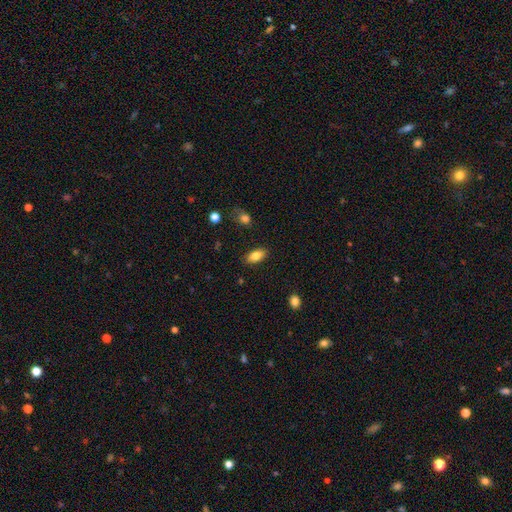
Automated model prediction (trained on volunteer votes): Overall: smooth (82%). How rounded: in between (89%). Merging: none (86%).